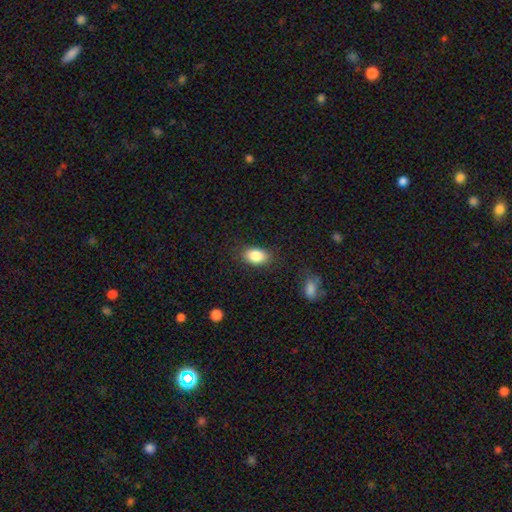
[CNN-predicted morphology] Q: Smooth or featured?
A: smooth (85%); runner-up: star or artifact (8%)
Q: How rounded?
A: in between (87%); runner-up: round (11%)
Q: Merging?
A: none (84%); runner-up: minor disturbance (12%)